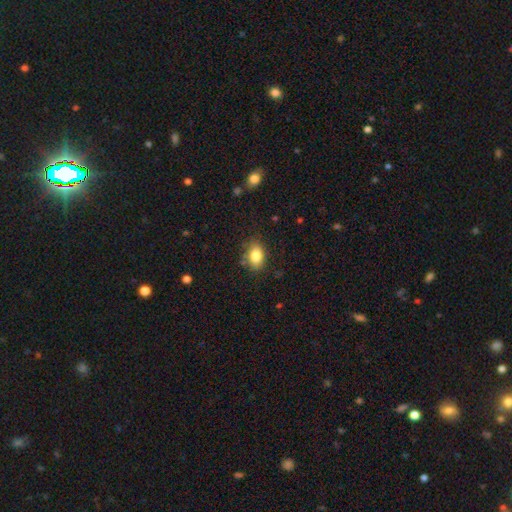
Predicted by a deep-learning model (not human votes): Smooth or featured? Predicted: smooth (p=0.82). How rounded? Predicted: in between (p=0.82). Merging? Predicted: none (p=0.78).